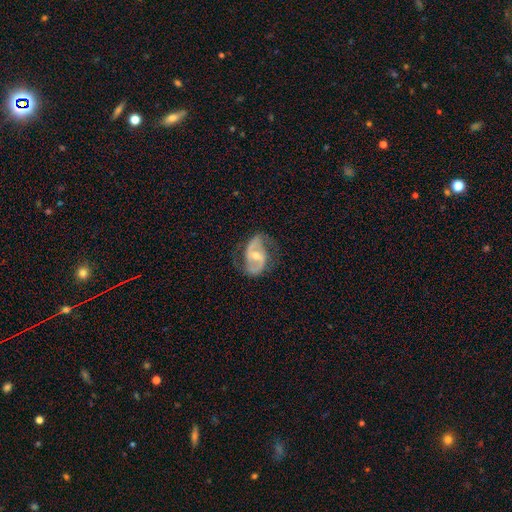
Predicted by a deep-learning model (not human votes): smooth-or-featured: featured or disk: 86% | smooth: 9% | star or artifact: 5%
  disk-edge-on: no: 97% | yes: 3%
    bar: weak: 45% | no: 38% | strong: 17%
    has-spiral-arms: yes: 94% | no: 6%
      spiral-winding: medium: 50% | loose: 34% | tight: 16%
      spiral-arm-count: 2: 91% | can't tell: 4% | 1: 2% | 3: 1% | 4: 1% | more than 4: 1%
    bulge-size: moderate: 57% | small: 38% | large: 2% | none: 2% | dominant: 1%
  merging: none: 71% | minor disturbance: 19% | major disturbance: 8% | merger: 1%